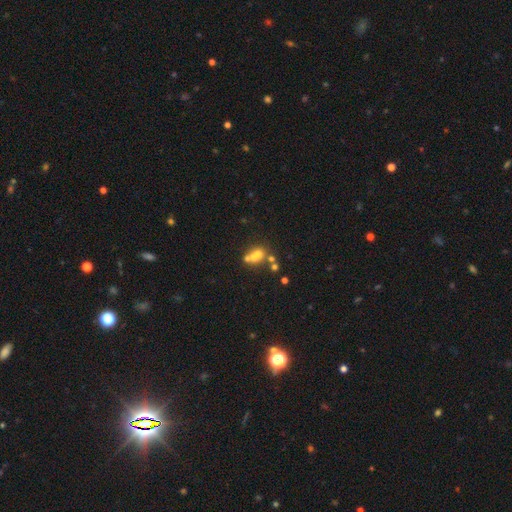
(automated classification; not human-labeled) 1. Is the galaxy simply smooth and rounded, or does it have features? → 53% smooth, 28% featured or disk, 19% star or artifact.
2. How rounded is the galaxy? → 57% round, 40% in between, 2% cigar-shaped.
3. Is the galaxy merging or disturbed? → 50% merger, 34% none, 9% minor disturbance, 7% major disturbance.